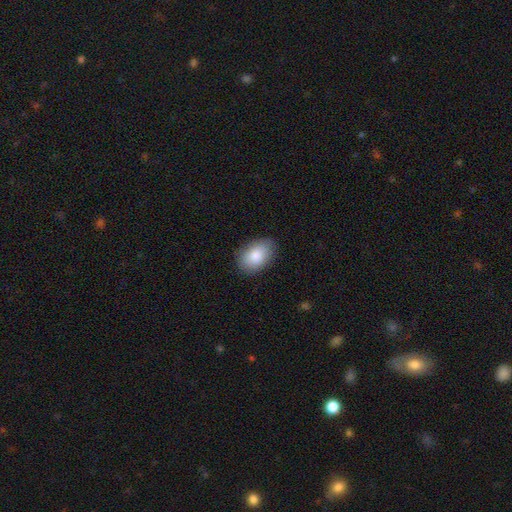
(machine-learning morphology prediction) smooth 85%, featured or disk 8%, star or artifact 6%. Down the decision tree: how rounded — in between (90%); merging — none (85%).